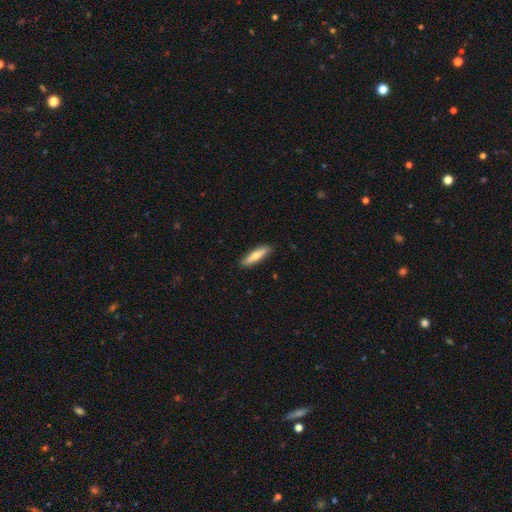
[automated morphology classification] This is likely a smooth galaxy (66%). How rounded: likely cigar-shaped (71%). Merging: clearly none (87%).